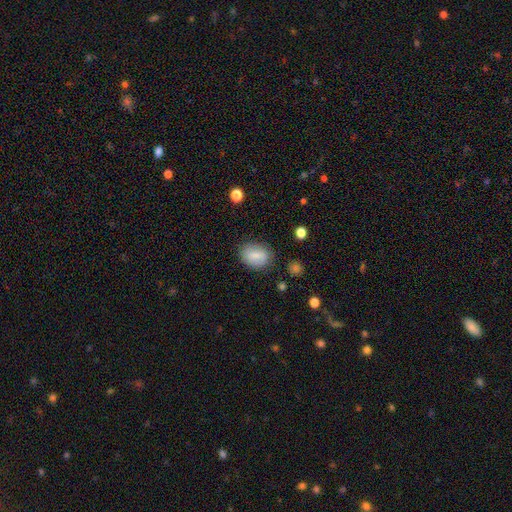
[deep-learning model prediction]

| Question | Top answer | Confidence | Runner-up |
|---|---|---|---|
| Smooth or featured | smooth | 78% | featured or disk (14%) |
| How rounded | in between | 77% | round (21%) |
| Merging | none | 80% | minor disturbance (14%) |